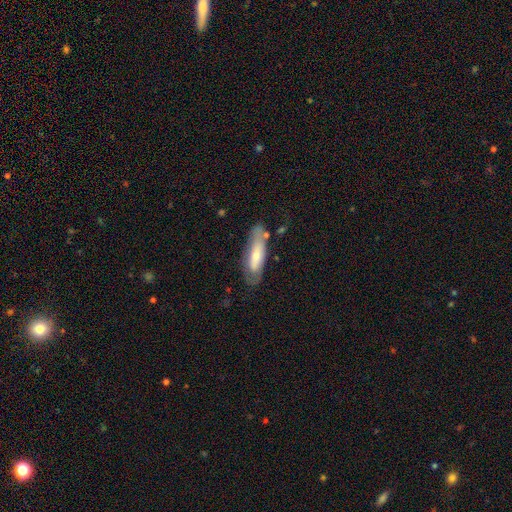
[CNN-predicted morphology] A smooth galaxy with no disk features (54%) that is in between round and cigar-shaped (52%).

Vote fractions:
- Smooth or featured? smooth: 54% / featured or disk: 40% / star or artifact: 6%
- How rounded? in between: 52% / cigar-shaped: 46% / round: 2%
- Merging? none: 60% / minor disturbance: 24% / major disturbance: 10% / merger: 6%